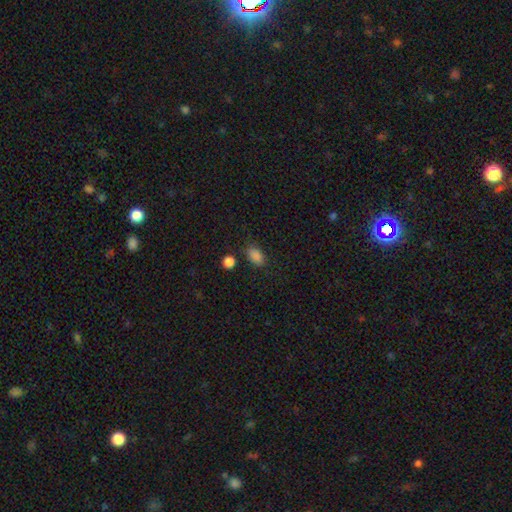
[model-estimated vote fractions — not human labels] This is clearly a smooth galaxy (86%). How rounded: clearly in between (85%). Merging: likely none (78%).